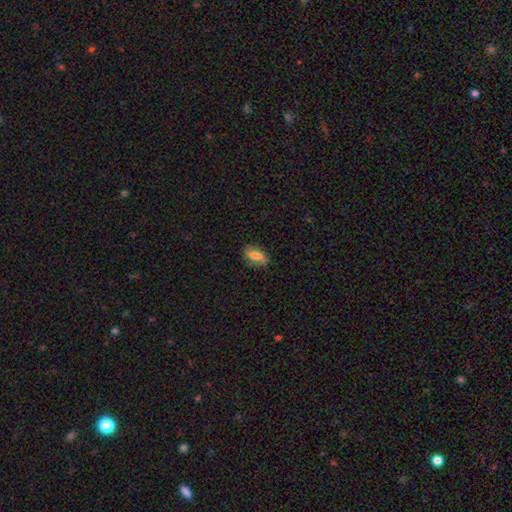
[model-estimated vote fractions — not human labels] smooth_or_featured: smooth (p=0.52) [alt: featured or disk p=0.41]
how_rounded: in between (p=0.84) [alt: cigar-shaped p=0.08]
merging: none (p=0.80) [alt: minor disturbance p=0.15]